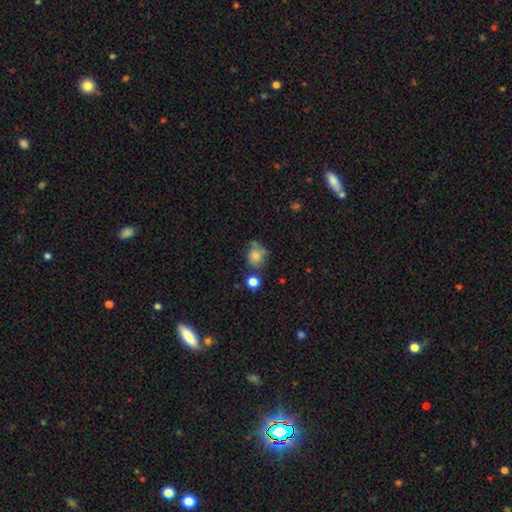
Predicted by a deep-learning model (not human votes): Smooth or featured? smooth (72%)
How rounded? round (65%)
Merging? none (48%)